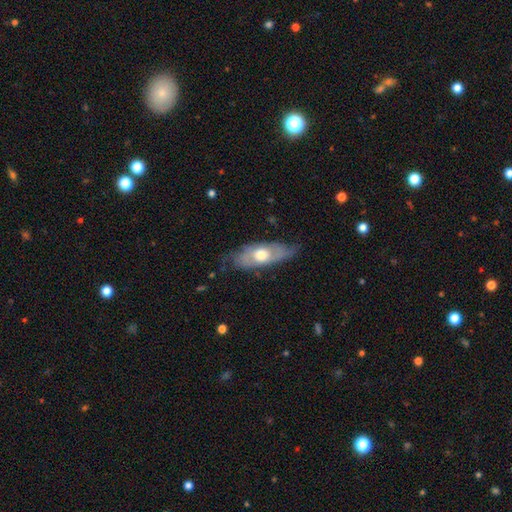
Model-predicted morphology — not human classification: A featured or disk galaxy (52%) viewed edge-on (53%). Merging: none (78%).